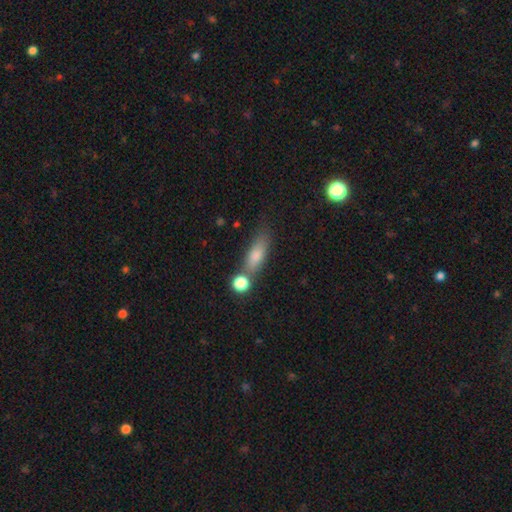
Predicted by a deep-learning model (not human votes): This is likely a smooth galaxy (73%). How rounded: possibly in between (53%). Merging: possibly none (58%).